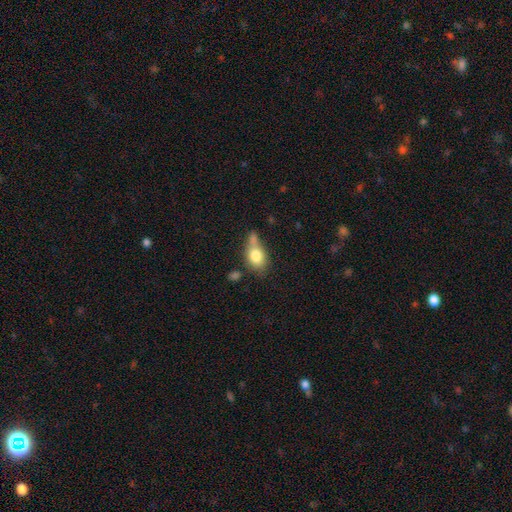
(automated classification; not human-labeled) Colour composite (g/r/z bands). It shows a smooth galaxy with no disk features (77%) that is in between round and cigar-shaped (77%). Merging: none (38%).